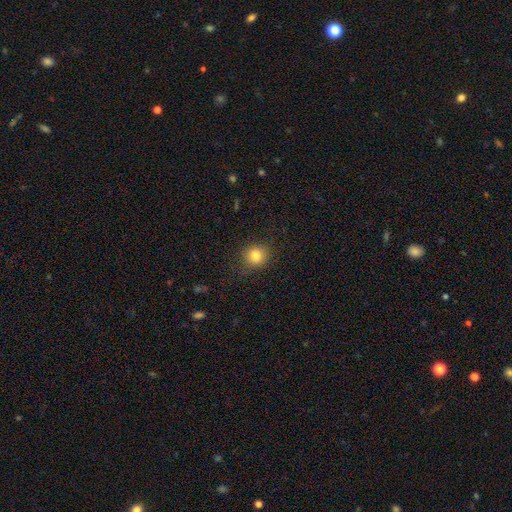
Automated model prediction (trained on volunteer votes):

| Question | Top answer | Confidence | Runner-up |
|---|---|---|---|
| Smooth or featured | smooth | 81% | star or artifact (12%) |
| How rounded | round | 86% | in between (13%) |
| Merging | none | 85% | minor disturbance (11%) |